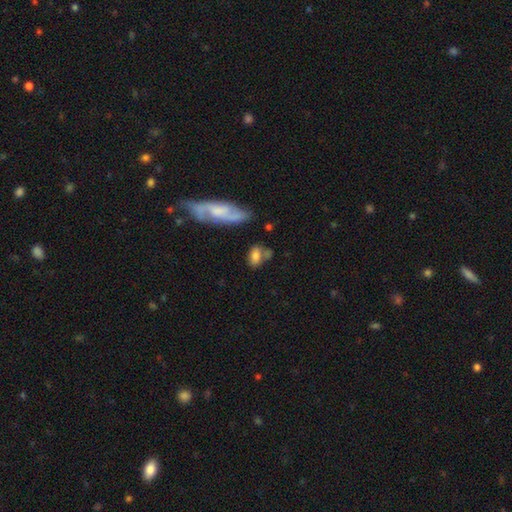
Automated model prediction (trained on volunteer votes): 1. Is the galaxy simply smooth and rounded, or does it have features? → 71% smooth, 20% featured or disk, 9% star or artifact.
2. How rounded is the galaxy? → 83% in between, 12% round, 5% cigar-shaped.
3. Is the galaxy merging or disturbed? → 52% none, 23% minor disturbance, 15% merger, 10% major disturbance.